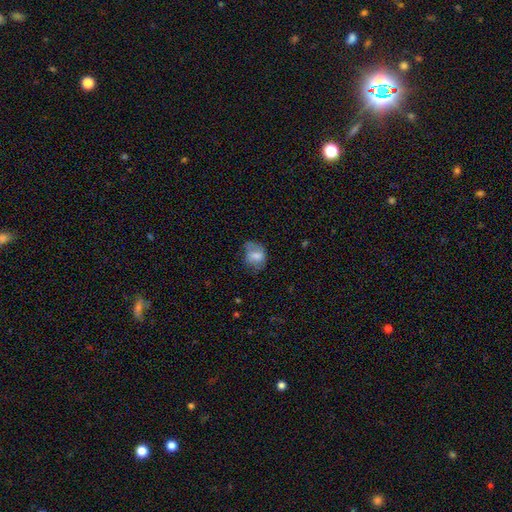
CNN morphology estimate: Smooth or featured? Predicted: smooth (p=0.65). How rounded? Predicted: in between (p=0.57). Merging? Predicted: none (p=0.49).